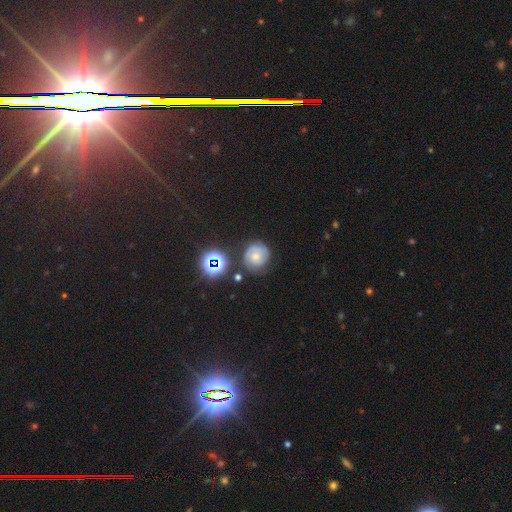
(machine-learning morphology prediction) smooth_or_featured: featured or disk (p=0.46) [alt: smooth p=0.39]
merging: none (p=0.66) [alt: minor disturbance p=0.21]